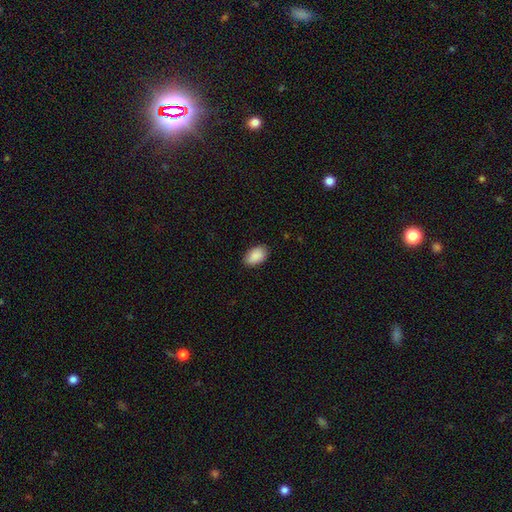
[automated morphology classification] Smooth or featured?
  - smooth: 90% *
  - star or artifact: 6%
  - featured or disk: 4%
How rounded?
  - in between: 93% *
  - round: 6%
  - cigar-shaped: 1%
Merging?
  - none: 84% *
  - minor disturbance: 12%
  - major disturbance: 2%
  - merger: 1%